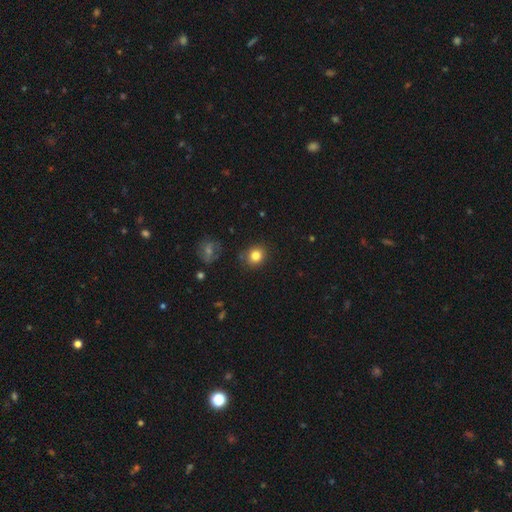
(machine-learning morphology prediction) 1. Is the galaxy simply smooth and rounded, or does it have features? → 82% smooth, 12% star or artifact, 6% featured or disk.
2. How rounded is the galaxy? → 79% round, 20% in between, 1% cigar-shaped.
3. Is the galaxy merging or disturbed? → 86% none, 10% minor disturbance, 2% major disturbance, 2% merger.